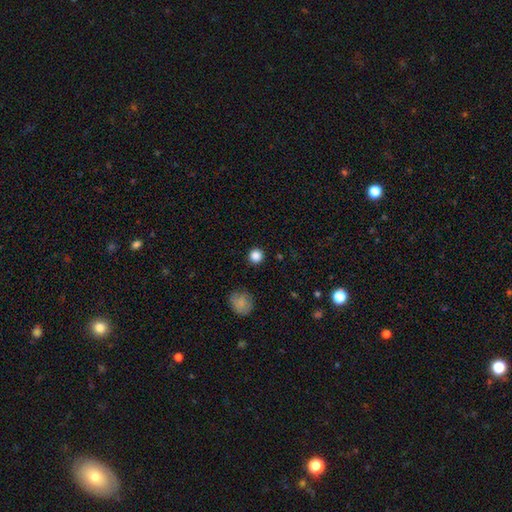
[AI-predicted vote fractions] A smooth galaxy with no disk features (85%) that is round (94%).

Vote fractions:
- Smooth or featured? smooth: 85% / star or artifact: 11% / featured or disk: 3%
- How rounded? round: 94% / in between: 5% / cigar-shaped: 1%
- Merging? none: 90% / minor disturbance: 6% / major disturbance: 2% / merger: 1%